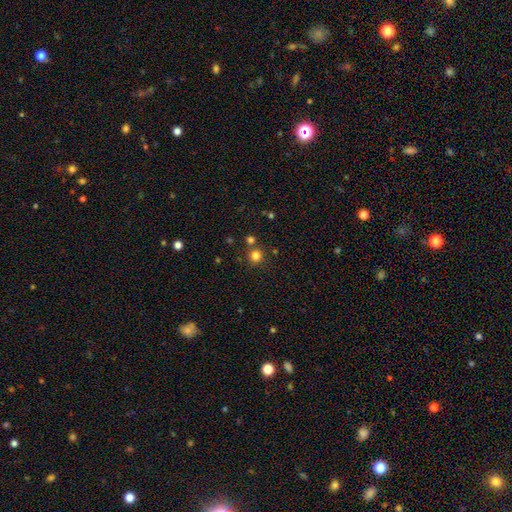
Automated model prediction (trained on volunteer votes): Overall: smooth (80%). How rounded: round (93%). Merging: none (77%).